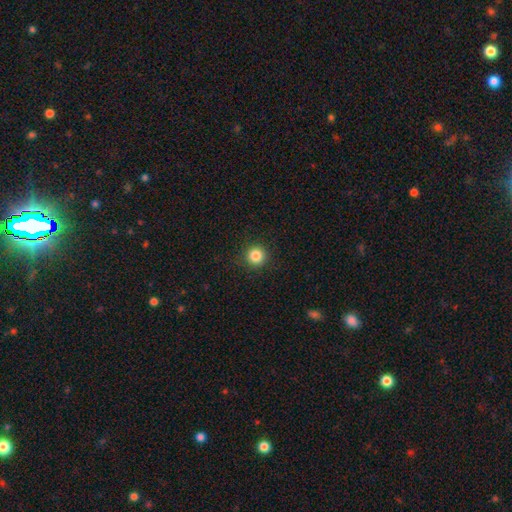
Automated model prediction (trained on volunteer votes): Smooth or featured? smooth (84%)
How rounded? round (96%)
Merging? none (91%)